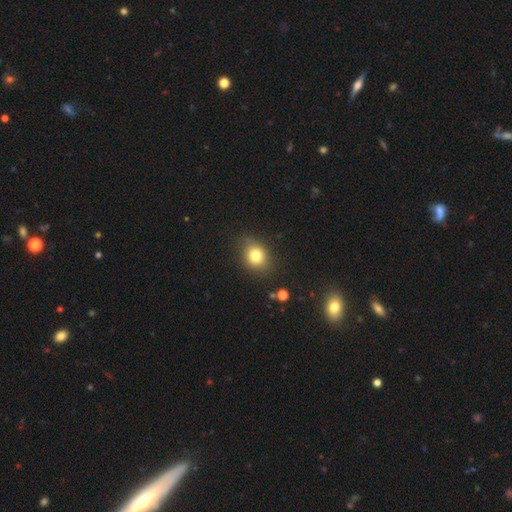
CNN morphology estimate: A smooth galaxy with no disk features (78%) that is round (63%).

Vote fractions:
- Smooth or featured? smooth: 78% / star or artifact: 12% / featured or disk: 9%
- How rounded? round: 63% / in between: 36% / cigar-shaped: 1%
- Merging? none: 78% / minor disturbance: 16% / major disturbance: 4% / merger: 2%